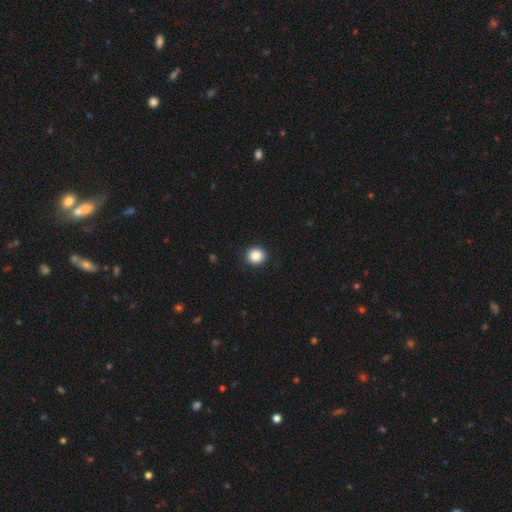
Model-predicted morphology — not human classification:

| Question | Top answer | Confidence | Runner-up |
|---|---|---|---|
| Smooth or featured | smooth | 87% | star or artifact (9%) |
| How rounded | round | 89% | in between (11%) |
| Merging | none | 92% | minor disturbance (5%) |